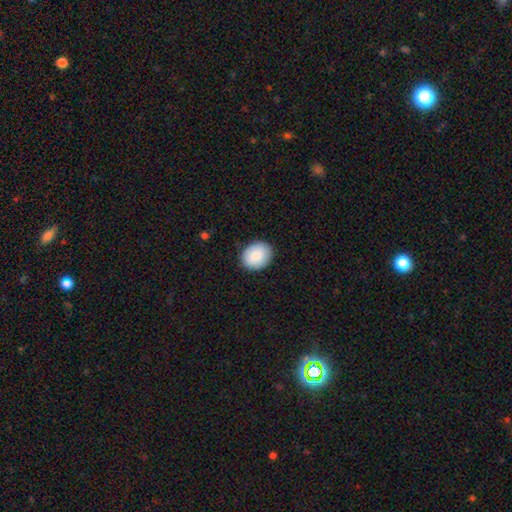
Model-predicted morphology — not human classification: This appears to be a smooth galaxy with no disk features (87%) that is round (51%). Merging: none (86%).